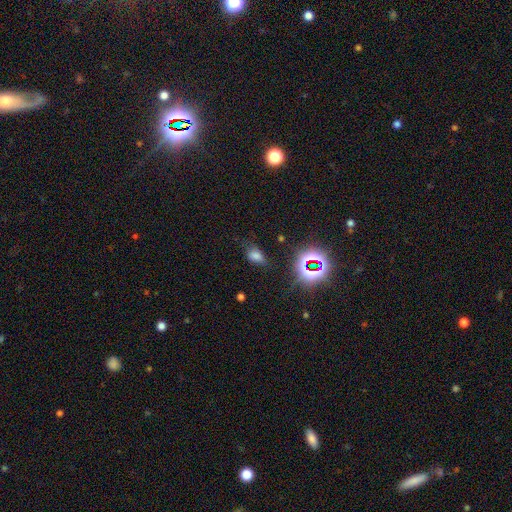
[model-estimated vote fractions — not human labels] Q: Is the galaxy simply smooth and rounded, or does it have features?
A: smooth — 63%.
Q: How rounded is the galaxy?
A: in between — 84%.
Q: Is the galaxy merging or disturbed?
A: none — 66%.